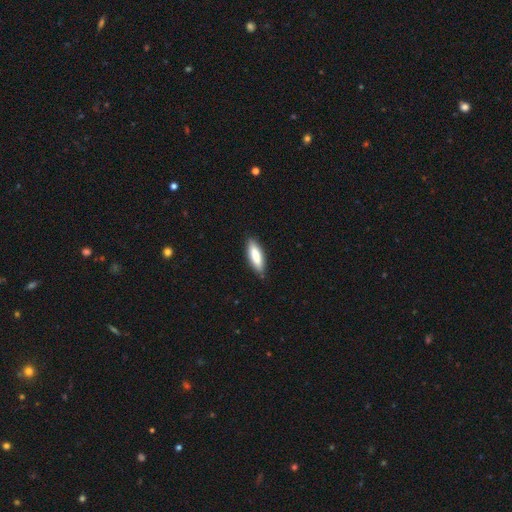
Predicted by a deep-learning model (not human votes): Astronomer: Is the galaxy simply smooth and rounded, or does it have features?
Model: smooth — 80%.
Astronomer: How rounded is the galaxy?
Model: cigar-shaped — 51% (runner-up: in between, 48%).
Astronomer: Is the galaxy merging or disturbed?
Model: none — 86%.